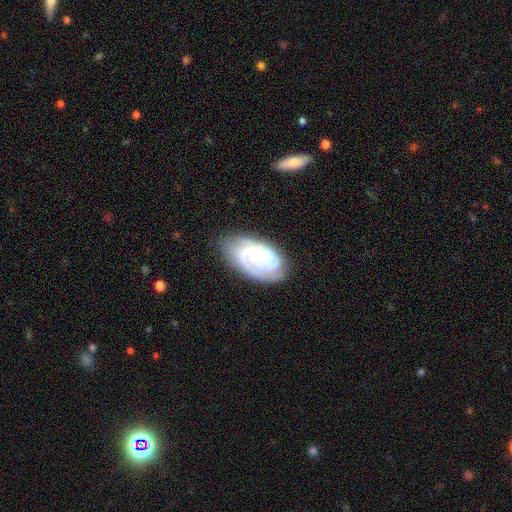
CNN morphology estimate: Smooth or featured? featured or disk (79%)
Edge-on disk? no (96%)
Bar? no (69%)
Spiral arms? yes (94%)
Spiral winding? tight (62%)
Spiral arm count? 2 (31%)
Bulge size? small (63%)
Merging? none (72%)